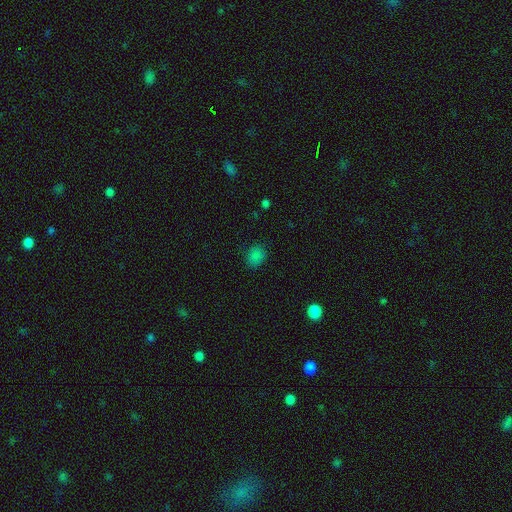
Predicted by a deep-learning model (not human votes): A smooth galaxy with no disk features (81%) that is round (53%). Merging: none (82%).